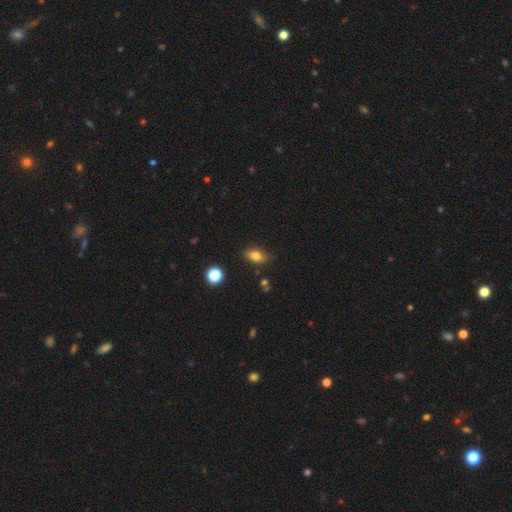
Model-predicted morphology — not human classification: smooth_or_featured: smooth (p=0.79) [alt: featured or disk p=0.11]
how_rounded: in between (p=0.82) [alt: round p=0.10]
merging: none (p=0.84) [alt: minor disturbance p=0.11]